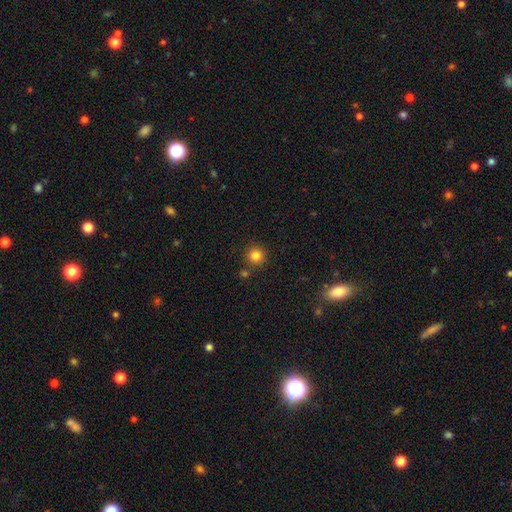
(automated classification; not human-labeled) This is clearly a smooth galaxy (82%). How rounded: clearly round (94%). Merging: clearly none (84%).